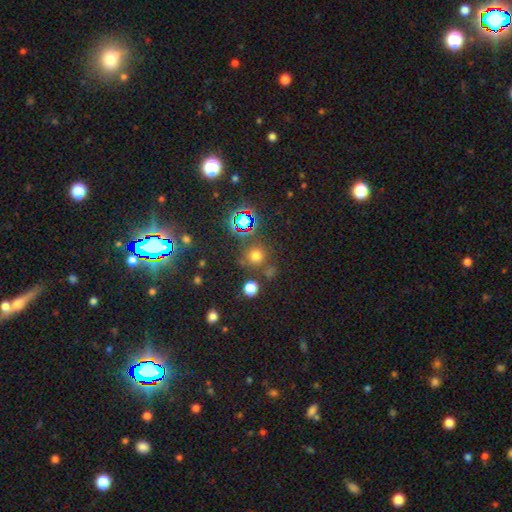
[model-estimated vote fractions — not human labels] A smooth galaxy with no disk features (61%) that is round (90%).

Vote fractions:
- Smooth or featured? smooth: 61% / star or artifact: 31% / featured or disk: 8%
- How rounded? round: 90% / in between: 9% / cigar-shaped: 1%
- Merging? none: 73% / merger: 12% / minor disturbance: 10% / major disturbance: 5%